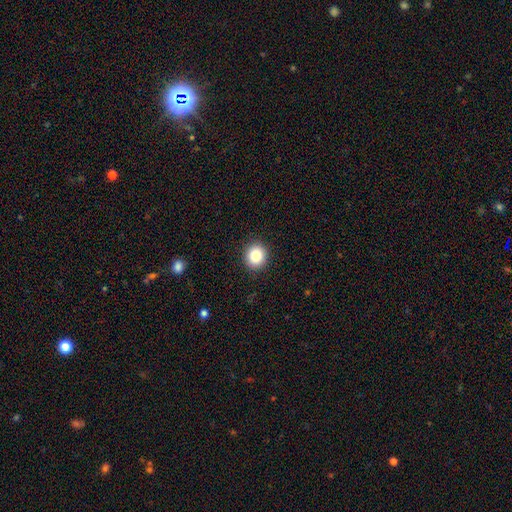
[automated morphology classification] Smooth or featured: smooth — 84% (star or artifact — 10%)
How rounded: round — 78% (in between — 21%)
Merging: none — 91% (minor disturbance — 6%)